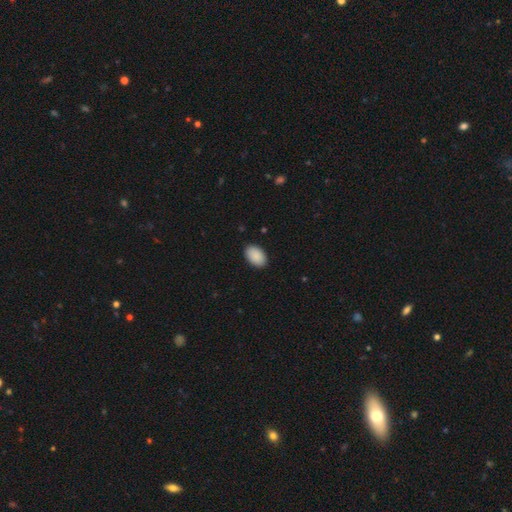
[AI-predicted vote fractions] smooth_or_featured: smooth (p=0.91) [alt: star or artifact p=0.07]
how_rounded: in between (p=0.90) [alt: round p=0.09]
merging: none (p=0.89) [alt: minor disturbance p=0.08]